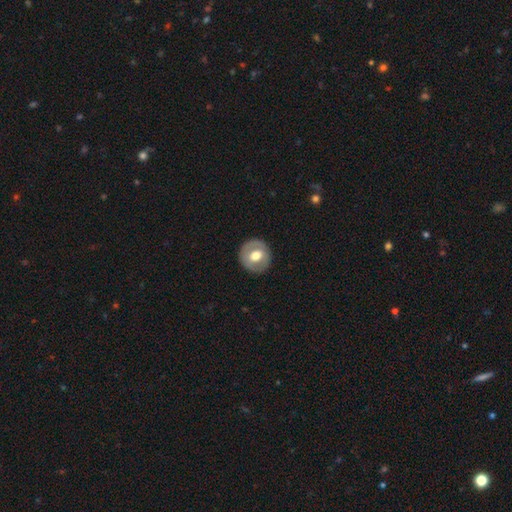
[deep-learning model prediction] A smooth galaxy with no disk features (51%) that is round (88%). Merging: none (87%).